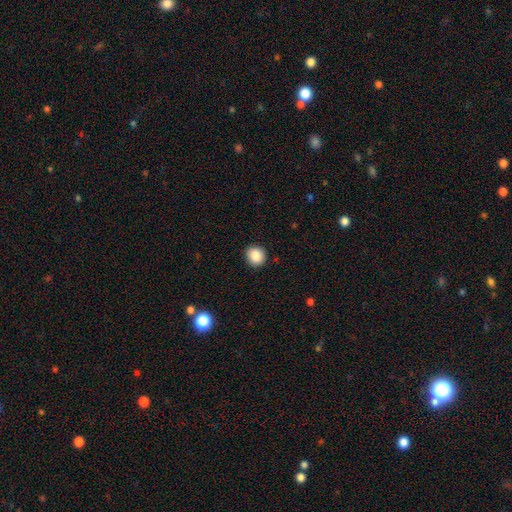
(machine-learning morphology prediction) A smooth galaxy with no disk features (87%) that is round (84%). Merging: none (90%).